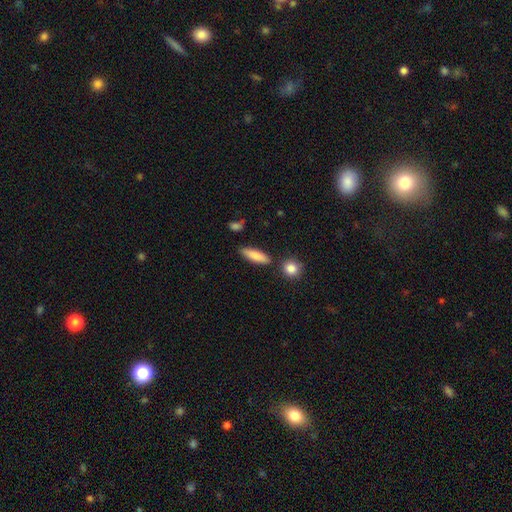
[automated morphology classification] The model was most divided on "how rounded": cigar-shaped: 52%, in between: 45%, round: 3%. More confident: smooth or featured — smooth (84%); merging — none (82%).